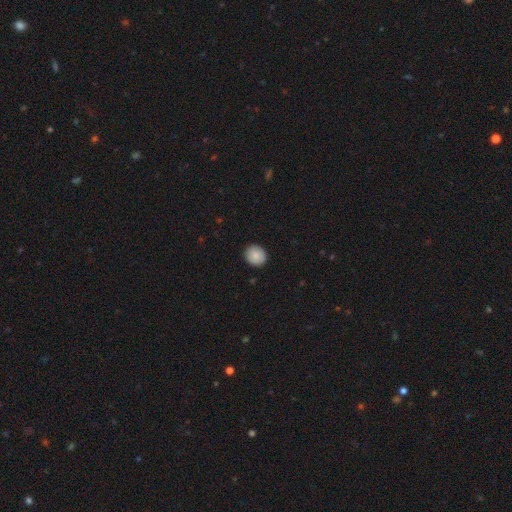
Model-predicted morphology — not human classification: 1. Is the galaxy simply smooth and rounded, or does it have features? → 85% smooth, 7% star or artifact, 7% featured or disk.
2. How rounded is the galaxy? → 79% round, 20% in between, 1% cigar-shaped.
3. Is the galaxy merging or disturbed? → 90% none, 7% minor disturbance, 2% major disturbance, 1% merger.